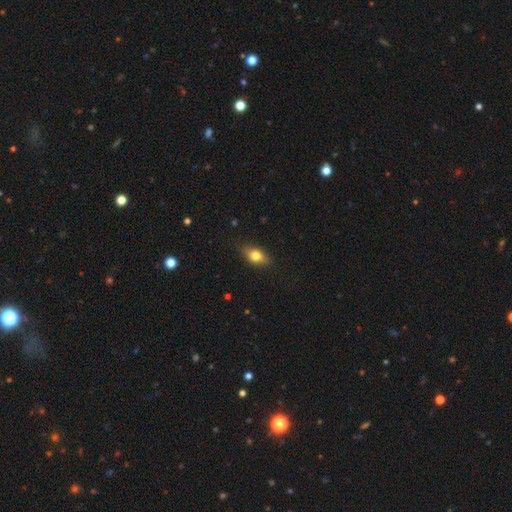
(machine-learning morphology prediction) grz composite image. It shows a smooth galaxy with no disk features (74%) that is in between round and cigar-shaped (78%). Merging: none (80%).